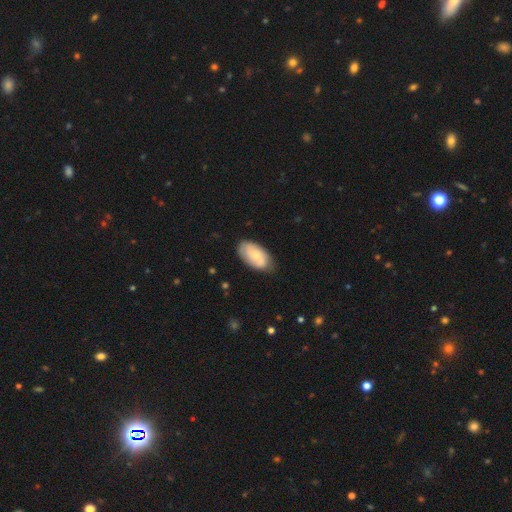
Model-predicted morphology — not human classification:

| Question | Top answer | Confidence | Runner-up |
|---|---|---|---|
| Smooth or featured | smooth | 63% | featured or disk (31%) |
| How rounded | in between | 94% | round (3%) |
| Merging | none | 72% | minor disturbance (22%) |